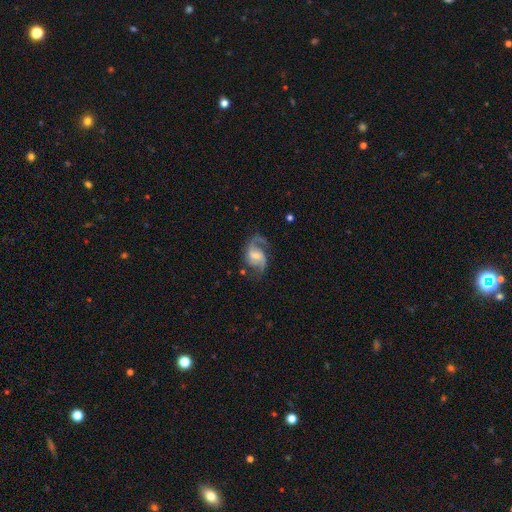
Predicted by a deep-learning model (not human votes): Overall: featured or disk (84%). Edge-on disk: no (98%). Bar: weak (53%; no 30%). Spiral arms: yes (96%). Spiral arm count: 2 (84%). Spiral winding: medium (46%; loose 43%). Bulge size: moderate (37%; small 35%). Merging: none (63%).